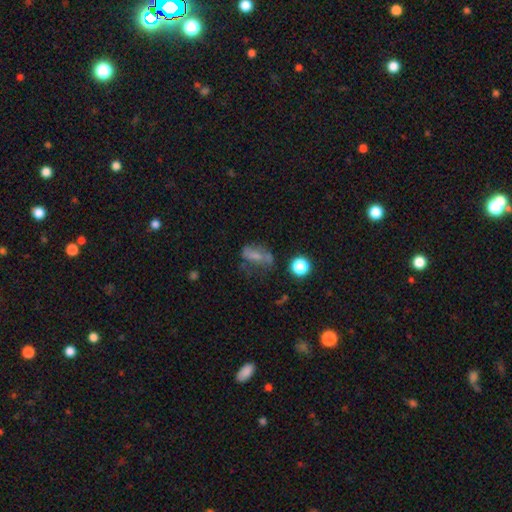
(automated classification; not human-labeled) smooth 53%, featured or disk 31%, star or artifact 16%. Down the decision tree: how rounded — in between (74%); merging — none (42%).